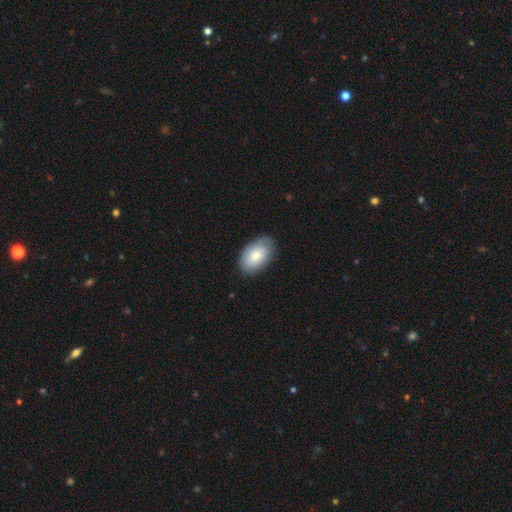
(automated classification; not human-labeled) A smooth galaxy with no disk features (78%) that is in between round and cigar-shaped (92%).

Vote fractions:
- Smooth or featured? smooth: 78% / featured or disk: 16% / star or artifact: 6%
- How rounded? in between: 92% / round: 6% / cigar-shaped: 1%
- Merging? none: 84% / minor disturbance: 13% / major disturbance: 2% / merger: 1%